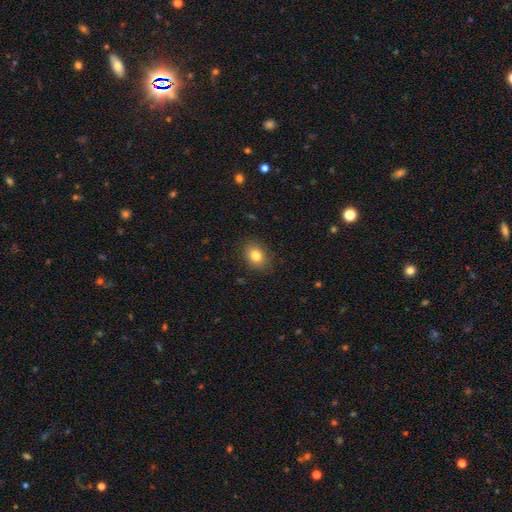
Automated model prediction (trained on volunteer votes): Smooth or featured? Predicted: smooth (p=0.83). How rounded? Predicted: in between (p=0.54). Merging? Predicted: none (p=0.87).